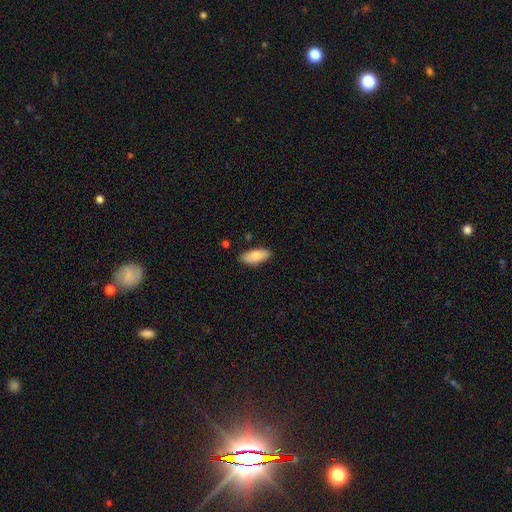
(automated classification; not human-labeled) Smooth or featured: smooth — 82% (featured or disk — 11%)
How rounded: in between — 82% (cigar-shaped — 16%)
Merging: none — 85% (minor disturbance — 11%)